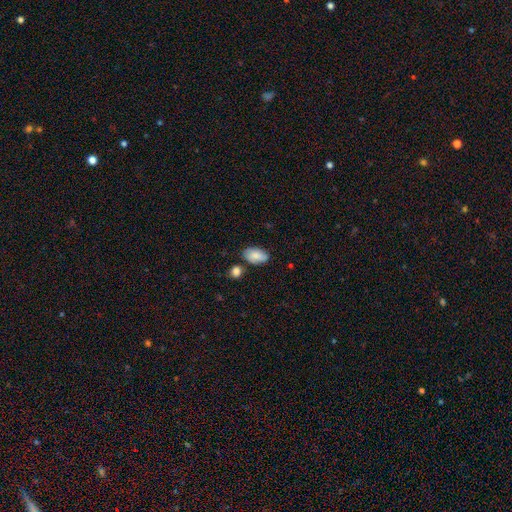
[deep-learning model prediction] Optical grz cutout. It shows a smooth galaxy with no disk features (81%) that is in between round and cigar-shaped (93%). Merging: none (70%).